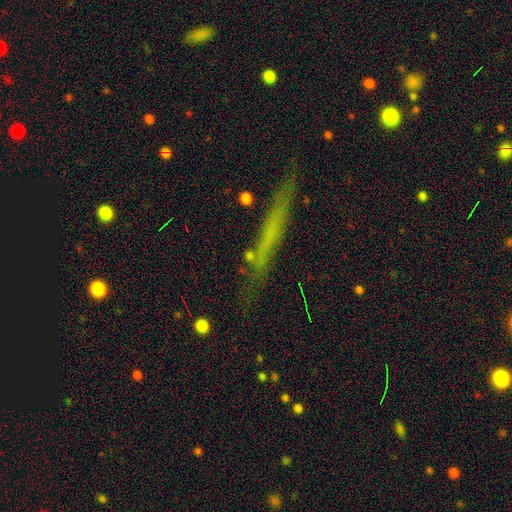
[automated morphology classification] type=smooth (45%); merging=none (69%).